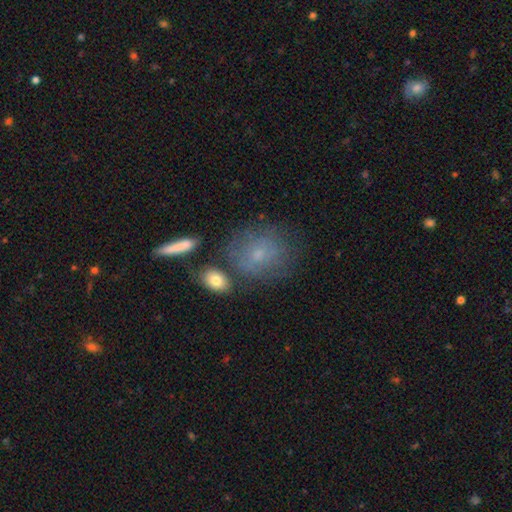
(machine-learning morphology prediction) Smooth or featured? Predicted: smooth (p=0.40). Merging? Predicted: none (p=0.77).